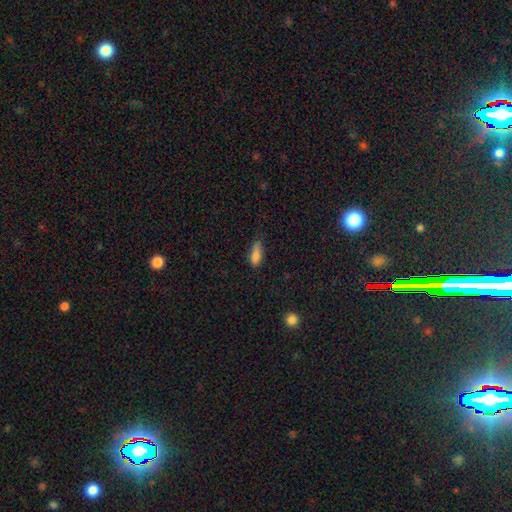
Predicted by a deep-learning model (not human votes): A smooth galaxy with no disk features (82%) that is in between round and cigar-shaped (70%). Merging: none (56%).